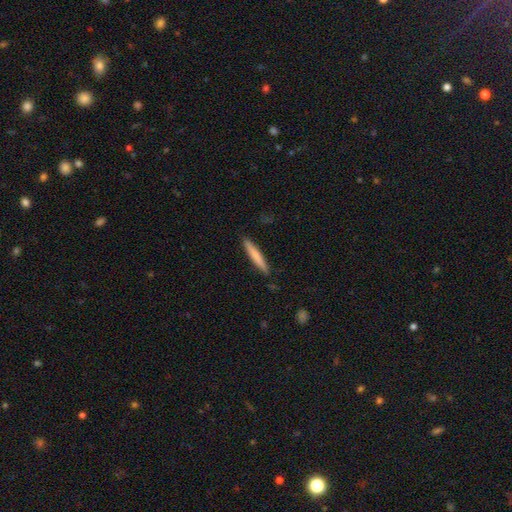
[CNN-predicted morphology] smooth-or-featured: smooth: 73% | featured or disk: 22% | star or artifact: 5%
  how-rounded: cigar-shaped: 95% | in between: 4% | round: 1%
  merging: none: 89% | minor disturbance: 8% | major disturbance: 2% | merger: 1%